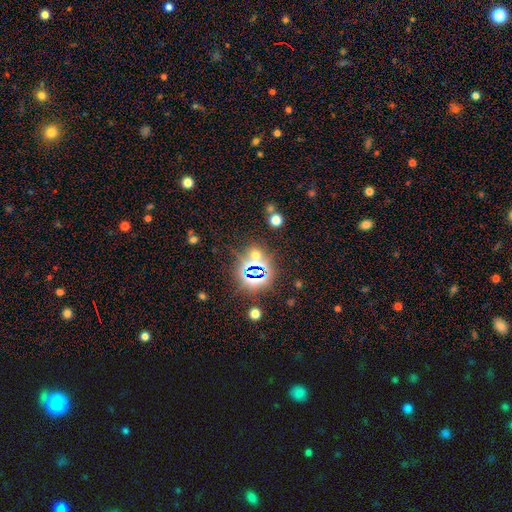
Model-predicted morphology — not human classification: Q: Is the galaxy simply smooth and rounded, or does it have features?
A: star or artifact — 65%.